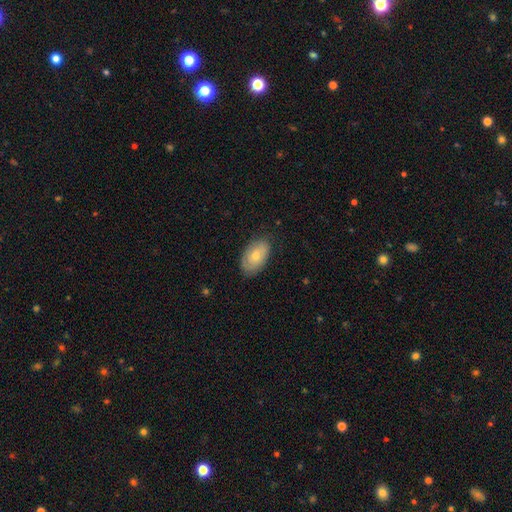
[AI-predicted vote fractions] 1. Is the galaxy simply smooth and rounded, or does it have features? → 56% smooth, 37% featured or disk, 7% star or artifact.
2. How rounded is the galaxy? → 92% in between, 6% round, 2% cigar-shaped.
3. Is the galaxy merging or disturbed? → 80% none, 16% minor disturbance, 3% major disturbance, 1% merger.